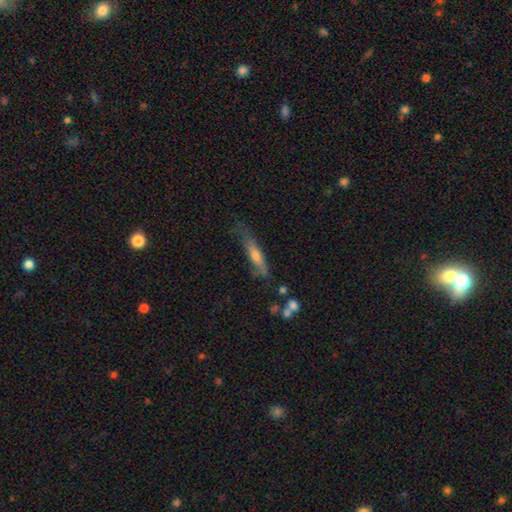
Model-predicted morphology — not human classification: The model was most divided on "smooth or featured": featured or disk: 49%, smooth: 43%, star or artifact: 9%. More confident: merging — none (58%).